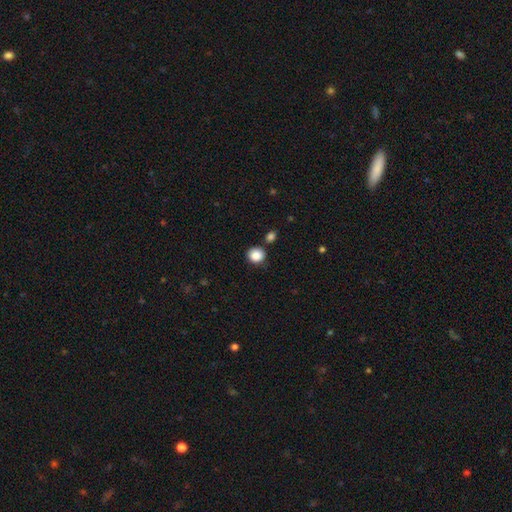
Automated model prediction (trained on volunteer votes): The model was most divided on "how rounded": round: 85%, in between: 14%, cigar-shaped: 1%. More confident: smooth or featured — smooth (87%); merging — none (81%).